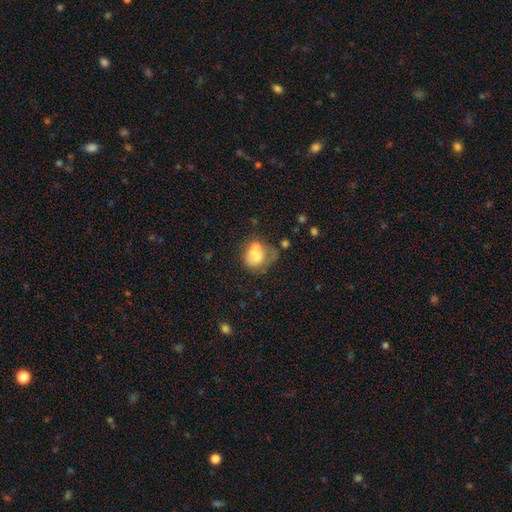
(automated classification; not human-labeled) smooth 53%, featured or disk 36%, star or artifact 11%. Down the decision tree: how rounded — round (53%); merging — merger (41%).